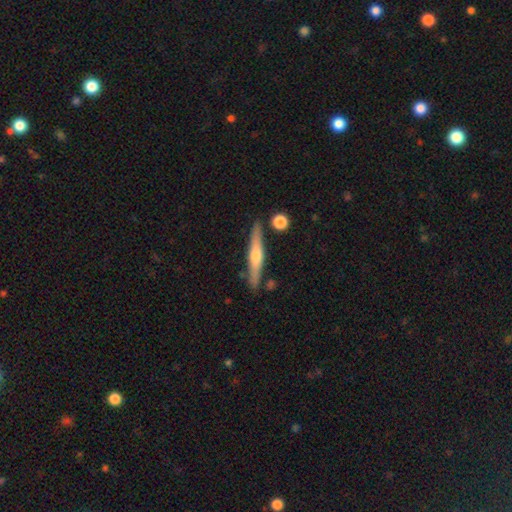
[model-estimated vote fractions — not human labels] A featured or disk galaxy (62%) viewed edge-on (96%) with a rounded central bulge (88%). Merging: none (85%).